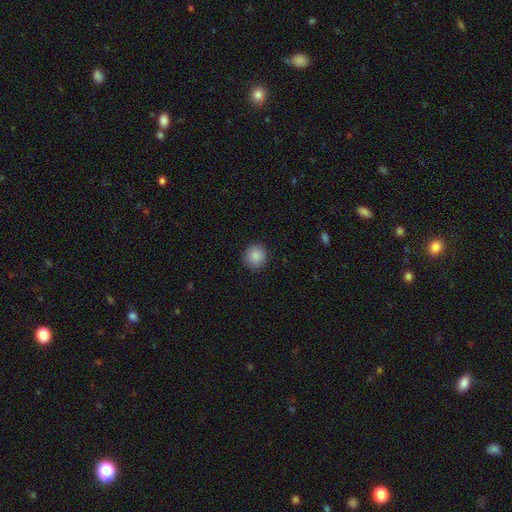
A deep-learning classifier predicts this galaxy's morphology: Smooth or featured: smooth — 88% (star or artifact — 8%)
How rounded: round — 93% (in between — 6%)
Merging: none — 91% (minor disturbance — 6%)